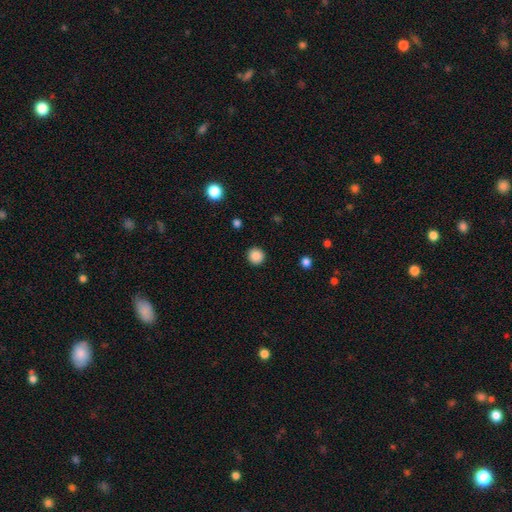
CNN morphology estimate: Q: Smooth or featured?
A: smooth (87%); runner-up: star or artifact (10%)
Q: How rounded?
A: round (95%); runner-up: in between (4%)
Q: Merging?
A: none (93%); runner-up: minor disturbance (5%)